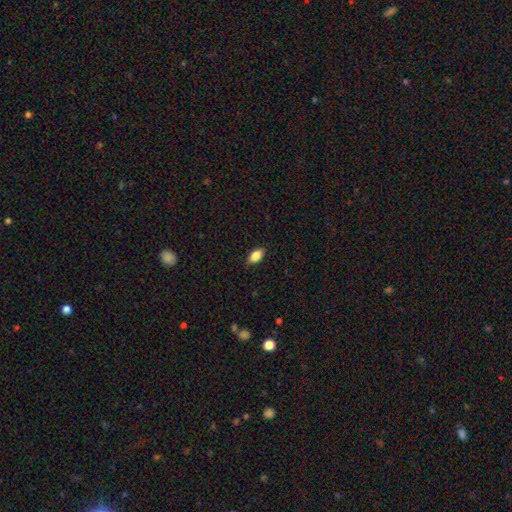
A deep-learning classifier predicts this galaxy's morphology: Smooth or featured?
  - smooth: 85% *
  - star or artifact: 8%
  - featured or disk: 7%
How rounded?
  - in between: 90% *
  - round: 5%
  - cigar-shaped: 5%
Merging?
  - none: 88% *
  - minor disturbance: 9%
  - major disturbance: 2%
  - merger: 1%